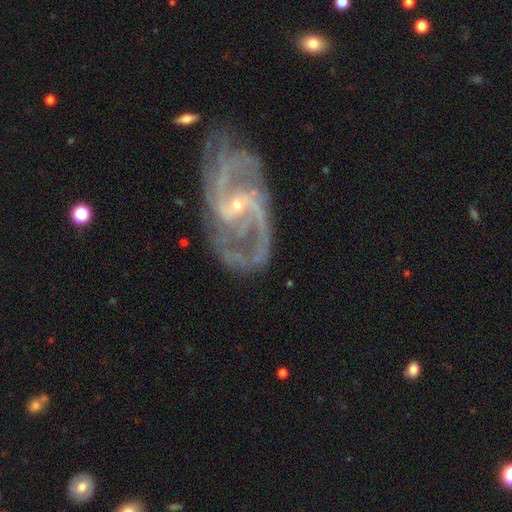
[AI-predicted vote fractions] smooth-or-featured: featured or disk: 91% | star or artifact: 6% | smooth: 3%
  disk-edge-on: no: 97% | yes: 3%
    bar: weak: 41% | no: 40% | strong: 20%
    has-spiral-arms: yes: 97% | no: 3%
      spiral-winding: medium: 52% | loose: 29% | tight: 19%
      spiral-arm-count: 2: 61% | 3: 13% | can't tell: 9% | 4: 6% | 1: 5% | more than 4: 5%
    bulge-size: small: 83% | moderate: 13% | none: 2% | large: 1% | dominant: 1%
  merging: none: 64% | minor disturbance: 19% | major disturbance: 13% | merger: 4%